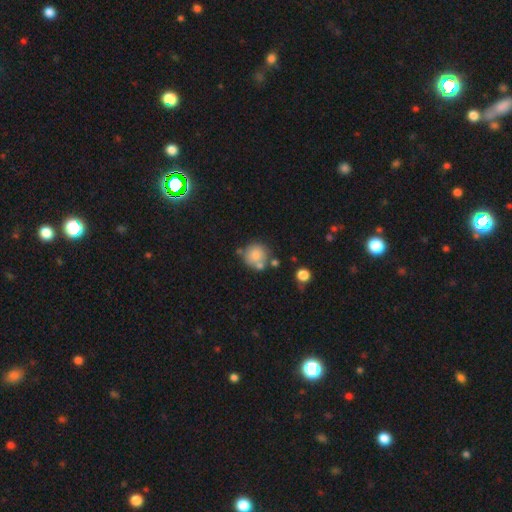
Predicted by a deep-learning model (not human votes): Smooth or featured? smooth (75%)
How rounded? round (90%)
Merging? none (60%)